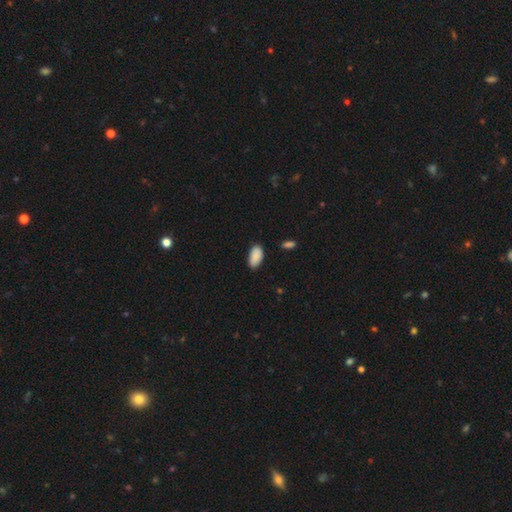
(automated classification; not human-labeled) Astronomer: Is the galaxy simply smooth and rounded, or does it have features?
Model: smooth — 90%.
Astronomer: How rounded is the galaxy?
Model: in between — 95%.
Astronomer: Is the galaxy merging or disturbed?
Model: none — 80%.